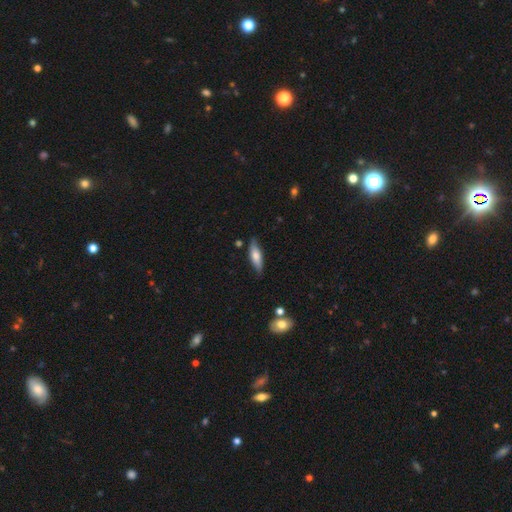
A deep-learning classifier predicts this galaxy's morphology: type=smooth (60%); roundness=cigar-shaped (50%); merging=none (77%).